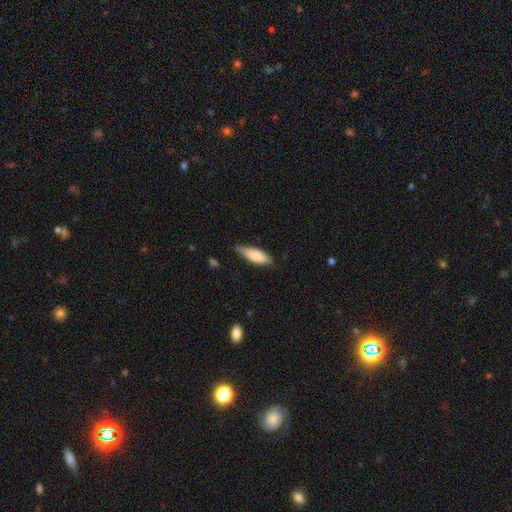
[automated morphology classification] Overall: smooth (79%). How rounded: in between (52%; cigar-shaped 46%). Merging: none (76%).